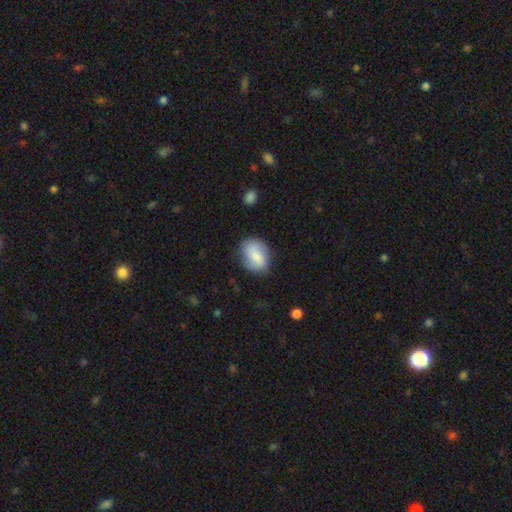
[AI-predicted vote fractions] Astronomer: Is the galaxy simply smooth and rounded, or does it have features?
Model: smooth — 71%.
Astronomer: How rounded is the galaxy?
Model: in between — 72%.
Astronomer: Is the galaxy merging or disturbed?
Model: none — 72%.